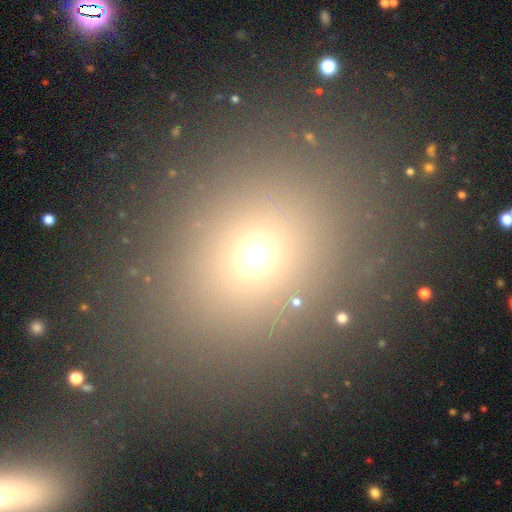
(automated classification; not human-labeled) Smooth or featured? smooth (65%)
How rounded? round (57%)
Merging? none (84%)